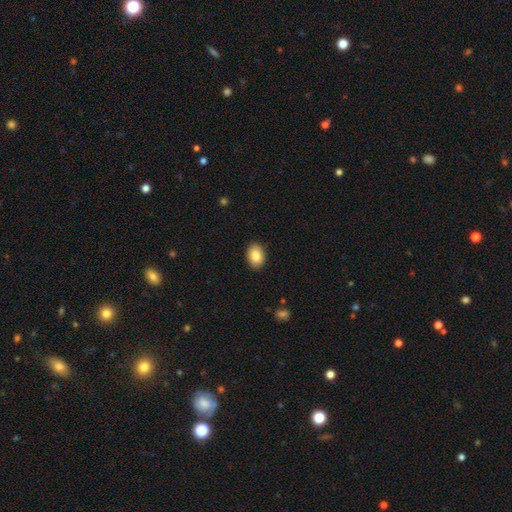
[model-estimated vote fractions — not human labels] smooth-or-featured: smooth: 86% | star or artifact: 7% | featured or disk: 7%
  how-rounded: in between: 81% | round: 18% | cigar-shaped: 1%
  merging: none: 89% | minor disturbance: 8% | major disturbance: 2% | merger: 1%